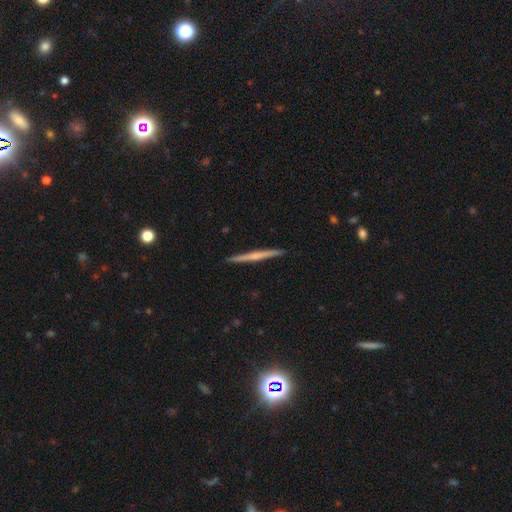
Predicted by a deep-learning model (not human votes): featured or disk 58%, smooth 37%, star or artifact 5%. Down the decision tree: edge-on disk — yes (98%); edge-on bulge — none (58%); merging — none (92%).